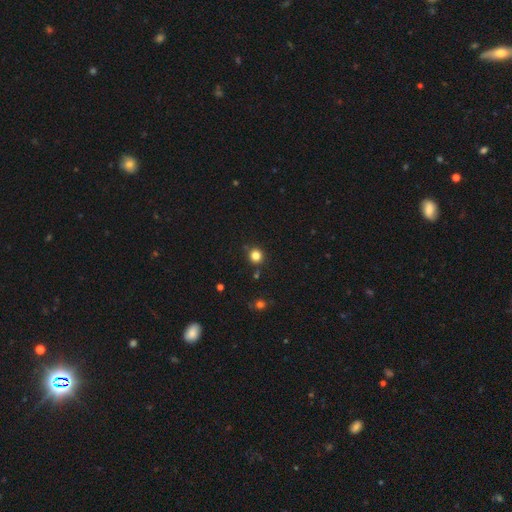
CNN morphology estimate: smooth-or-featured: smooth: 82% | star or artifact: 14% | featured or disk: 5%
  how-rounded: round: 92% | in between: 7% | cigar-shaped: 1%
  merging: none: 87% | minor disturbance: 7% | merger: 4% | major disturbance: 2%